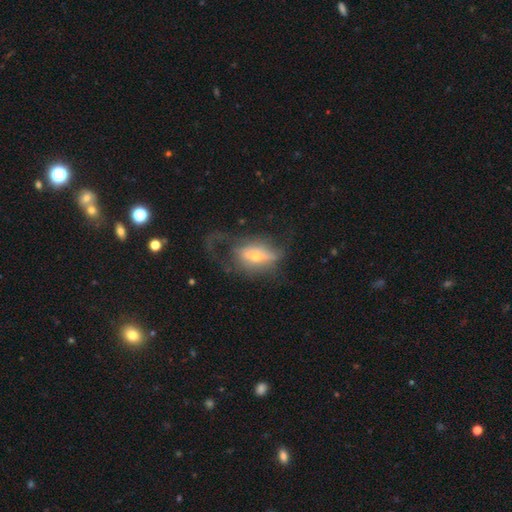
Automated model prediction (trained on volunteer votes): Overall: featured or disk (61%; smooth 31%). Edge-on disk: no (70%). Merging: major disturbance (48%; none 31%).